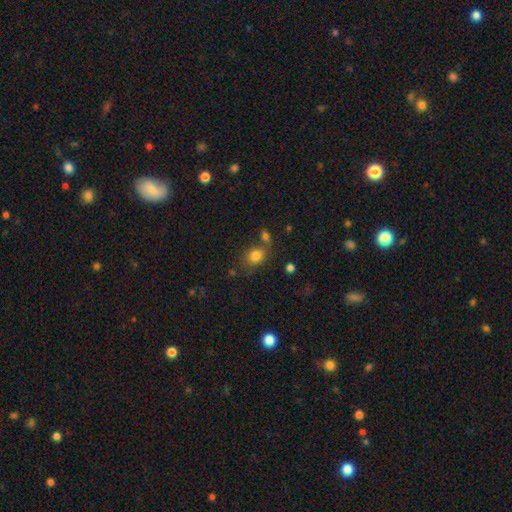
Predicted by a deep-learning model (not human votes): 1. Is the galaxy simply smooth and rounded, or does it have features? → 80% smooth, 12% star or artifact, 8% featured or disk.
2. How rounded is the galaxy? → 53% in between, 46% round, 1% cigar-shaped.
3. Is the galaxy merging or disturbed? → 60% none, 19% merger, 15% minor disturbance, 6% major disturbance.